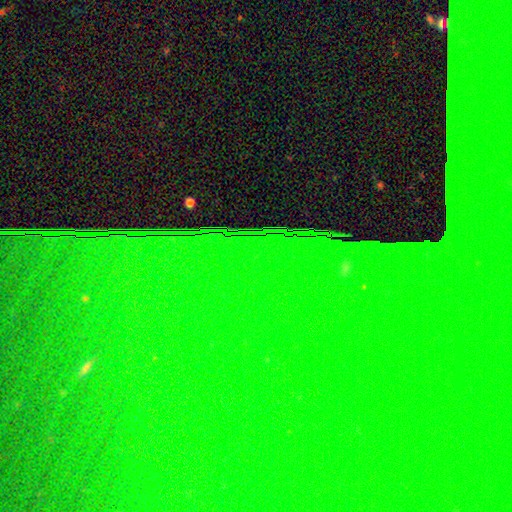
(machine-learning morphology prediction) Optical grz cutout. It shows a star or artifact, not a galaxy (88%).